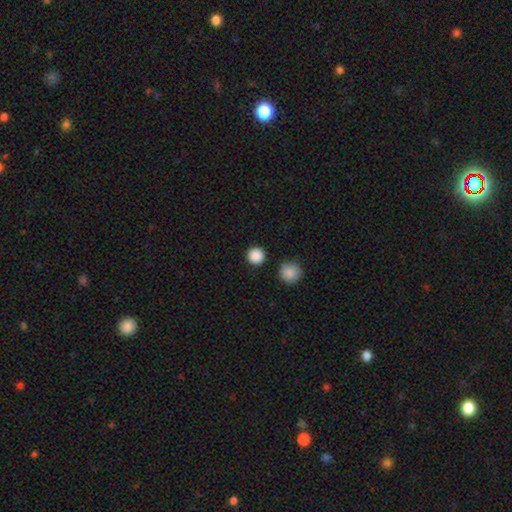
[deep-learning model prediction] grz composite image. It shows a smooth galaxy with no disk features (87%) that is round (96%). Merging: none (90%).